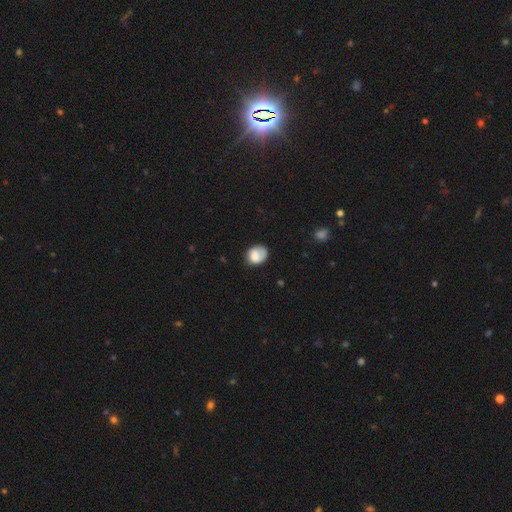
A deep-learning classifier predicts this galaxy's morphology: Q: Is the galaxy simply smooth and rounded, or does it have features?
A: smooth — 77%.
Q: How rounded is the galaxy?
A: round — 55%.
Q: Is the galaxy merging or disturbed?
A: none — 57%.